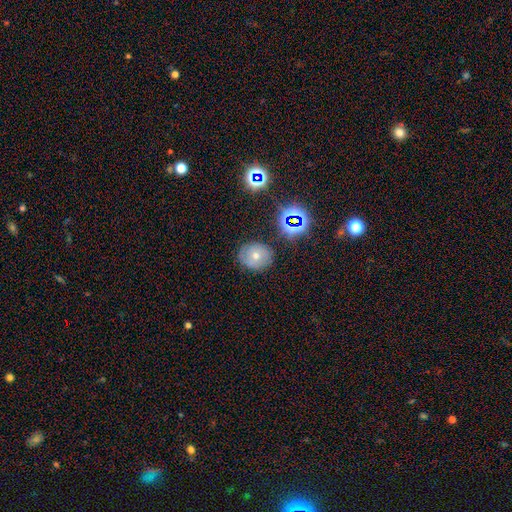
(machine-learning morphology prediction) smooth_or_featured: featured or disk (p=0.39) [alt: smooth p=0.32]
merging: none (p=0.79) [alt: minor disturbance p=0.15]